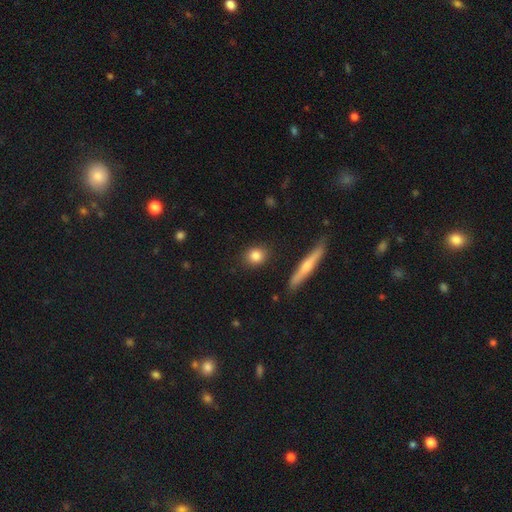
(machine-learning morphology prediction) Smooth or featured: smooth — 82% (featured or disk — 10%)
How rounded: round — 67% (in between — 28%)
Merging: none — 87% (minor disturbance — 8%)